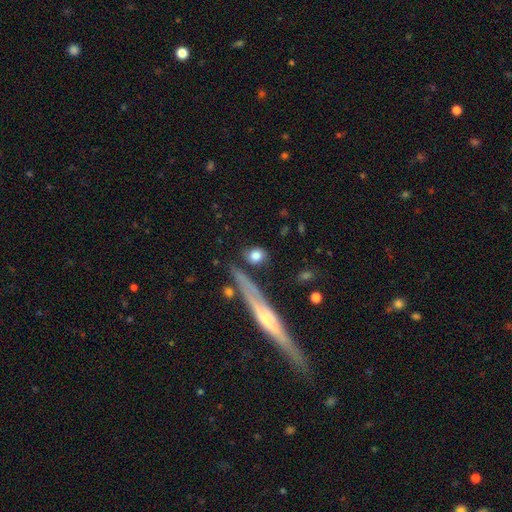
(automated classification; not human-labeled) Smooth or featured?
  - smooth: 79% *
  - featured or disk: 13%
  - star or artifact: 8%
How rounded?
  - round: 55% *
  - in between: 36%
  - cigar-shaped: 9%
Merging?
  - none: 73% *
  - minor disturbance: 14%
  - merger: 6%
  - major disturbance: 6%